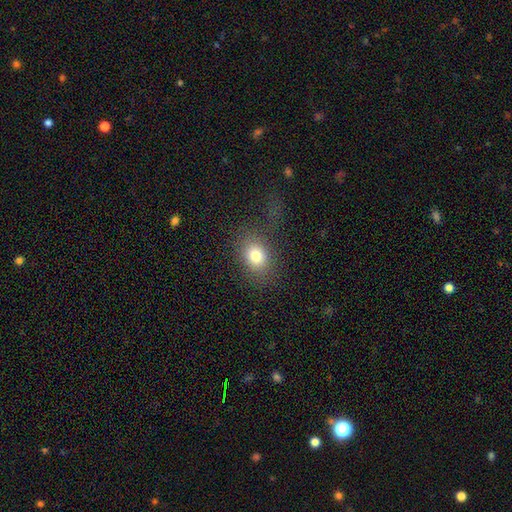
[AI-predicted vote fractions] Smooth or featured? Predicted: smooth (p=0.79). How rounded? Predicted: in between (p=0.55). Merging? Predicted: none (p=0.66).